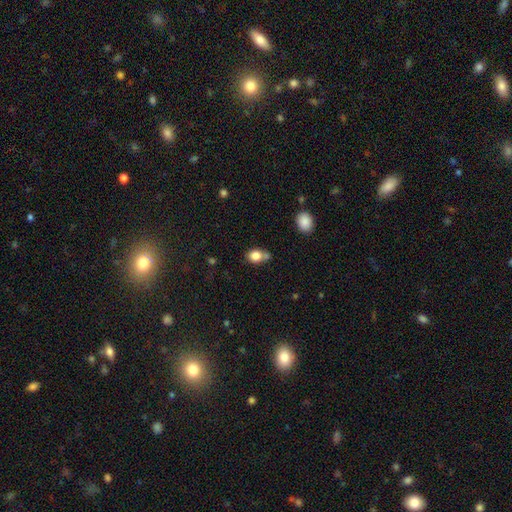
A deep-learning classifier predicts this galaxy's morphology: This is clearly a smooth galaxy (82%). How rounded: possibly round (50%). Merging: possibly none (49%).